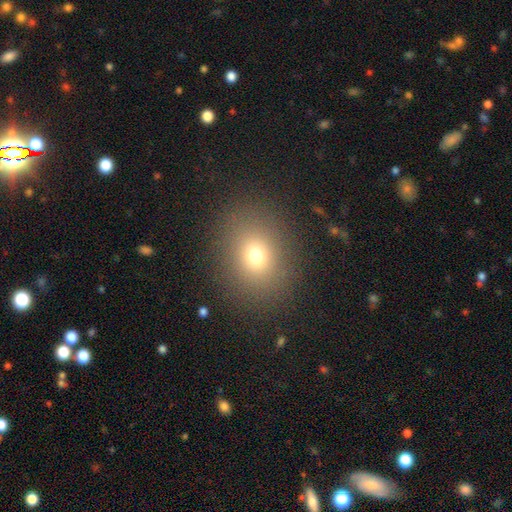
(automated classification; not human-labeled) smooth 72%, star or artifact 18%, featured or disk 11%. Down the decision tree: how rounded — round (63%); merging — none (87%).